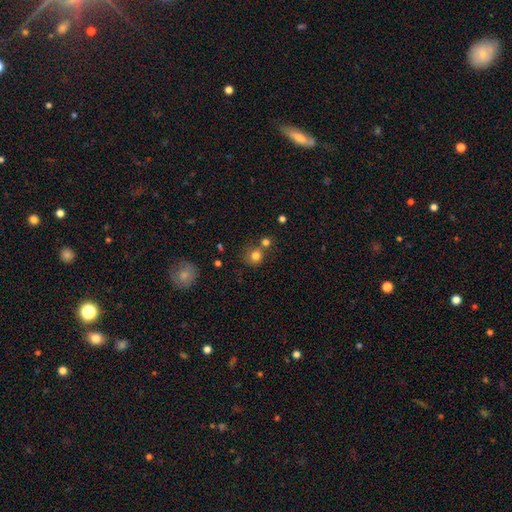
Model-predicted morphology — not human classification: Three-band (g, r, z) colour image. It shows a smooth galaxy with no disk features (80%) that is round (84%). Merging: none (58%).